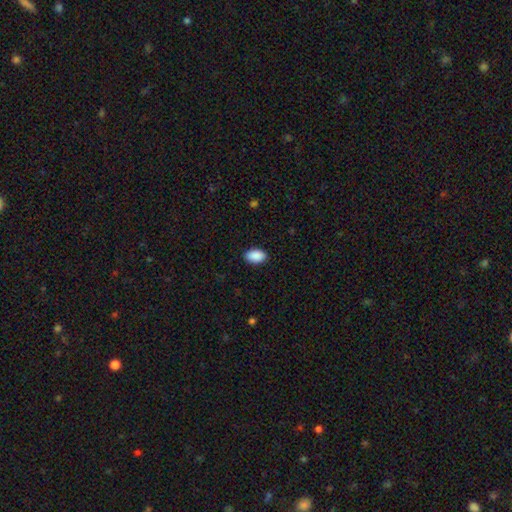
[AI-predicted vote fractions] smooth_or_featured: smooth (p=0.91) [alt: star or artifact p=0.07]
how_rounded: in between (p=0.94) [alt: round p=0.05]
merging: none (p=0.89) [alt: minor disturbance p=0.08]